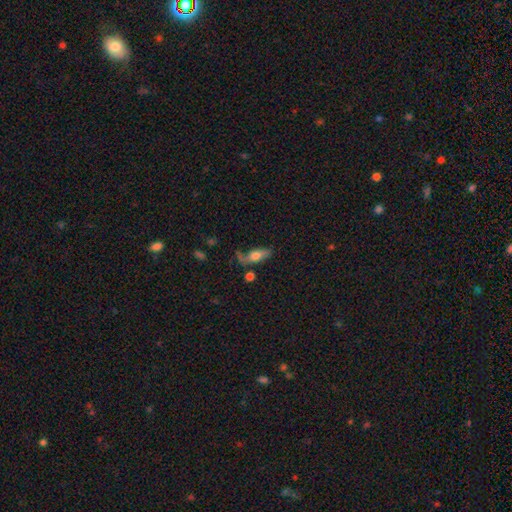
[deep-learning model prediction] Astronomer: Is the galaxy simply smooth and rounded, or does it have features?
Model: smooth — 57% (runner-up: featured or disk, 34%).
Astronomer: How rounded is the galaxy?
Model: in between — 64%.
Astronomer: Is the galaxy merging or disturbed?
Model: none — 47% (runner-up: minor disturbance, 24%).